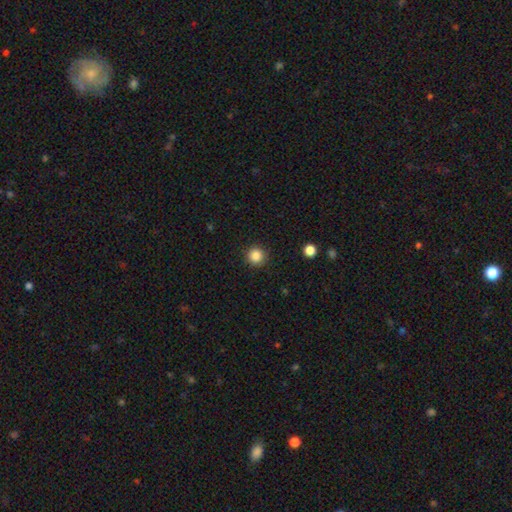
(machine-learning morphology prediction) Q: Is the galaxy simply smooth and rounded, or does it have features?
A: smooth — 85%.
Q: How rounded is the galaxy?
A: round — 95%.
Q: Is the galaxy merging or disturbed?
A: none — 92%.